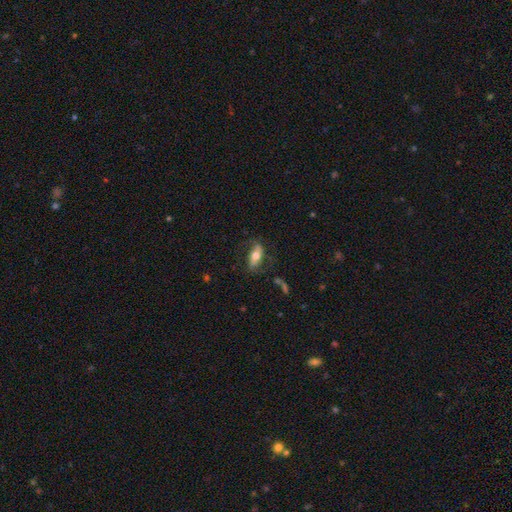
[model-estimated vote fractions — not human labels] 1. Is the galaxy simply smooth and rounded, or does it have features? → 47% featured or disk, 45% smooth, 7% star or artifact.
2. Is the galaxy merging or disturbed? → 67% none, 19% minor disturbance, 11% major disturbance, 2% merger.